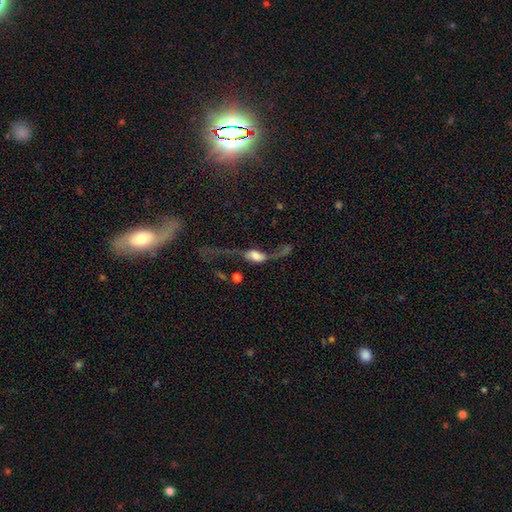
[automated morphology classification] Smooth or featured?
  - featured or disk: 56% *
  - smooth: 33%
  - star or artifact: 11%
Edge-on disk?
  - no: 78% *
  - yes: 22%
Merging?
  - major disturbance: 51% *
  - none: 20%
  - merger: 16%
  - minor disturbance: 12%